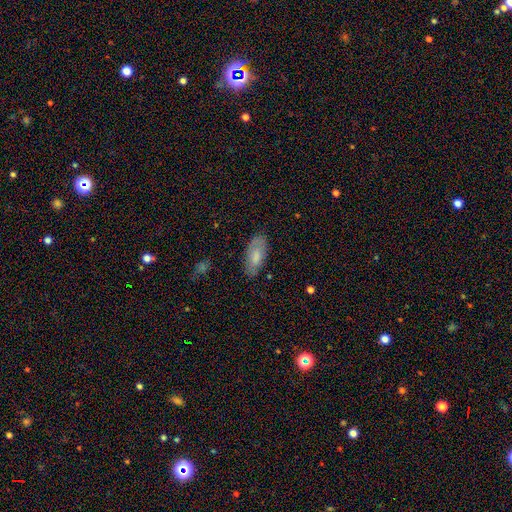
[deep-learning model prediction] Q: Smooth or featured?
A: smooth (72%); runner-up: featured or disk (21%)
Q: How rounded?
A: in between (88%); runner-up: cigar-shaped (10%)
Q: Merging?
A: none (79%); runner-up: minor disturbance (16%)